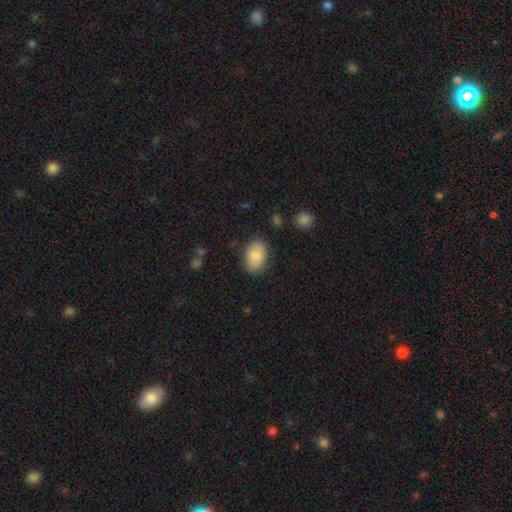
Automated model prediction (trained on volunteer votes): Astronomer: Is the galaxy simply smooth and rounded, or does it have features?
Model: smooth — 81%.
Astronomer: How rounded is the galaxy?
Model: in between — 85%.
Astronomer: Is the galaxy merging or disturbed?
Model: none — 81%.